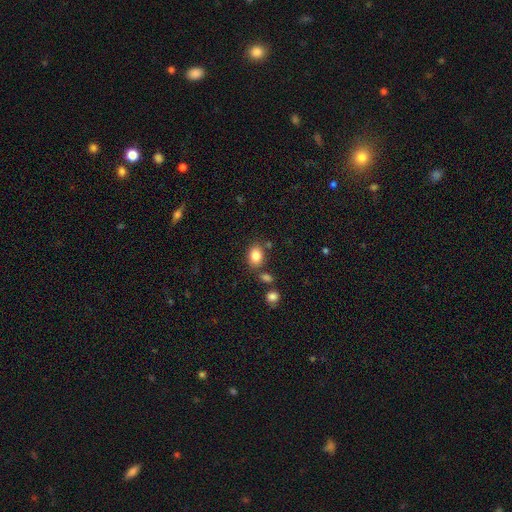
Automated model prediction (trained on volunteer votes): smooth-or-featured: smooth: 84% | star or artifact: 9% | featured or disk: 7%
  how-rounded: in between: 69% | round: 30% | cigar-shaped: 1%
  merging: none: 75% | minor disturbance: 13% | merger: 9% | major disturbance: 4%